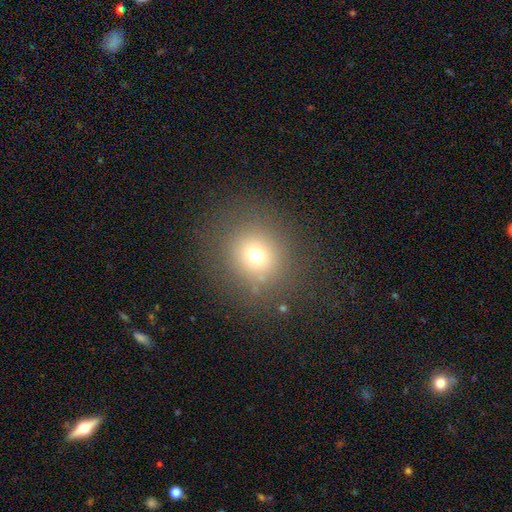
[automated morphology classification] type=smooth (69%); roundness=round (89%); merging=none (84%).